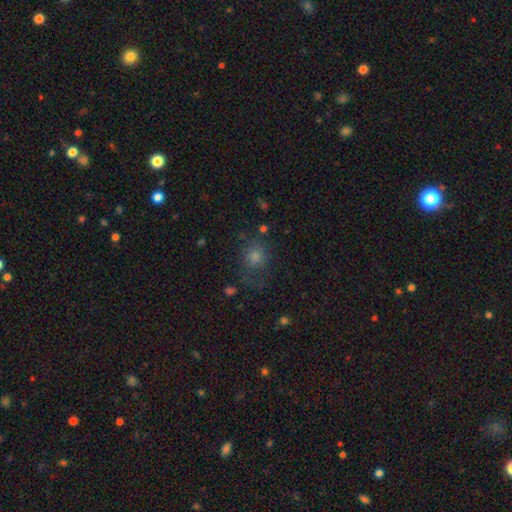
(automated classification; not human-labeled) Morphology: type=smooth (57%); roundness=round (77%); merging=none (64%).